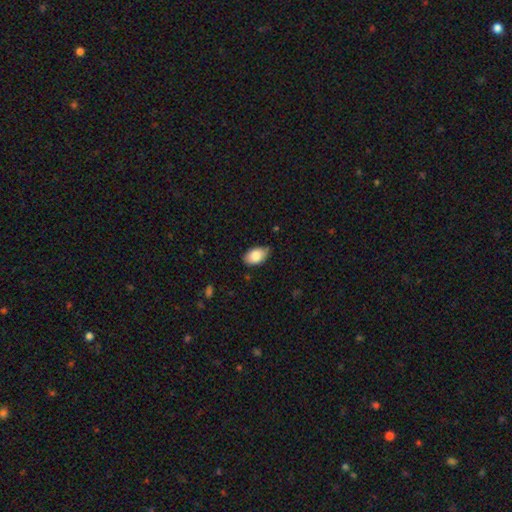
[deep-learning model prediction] This appears to be a smooth galaxy with no disk features (84%) that is in between round and cigar-shaped (92%). Merging: none (74%).